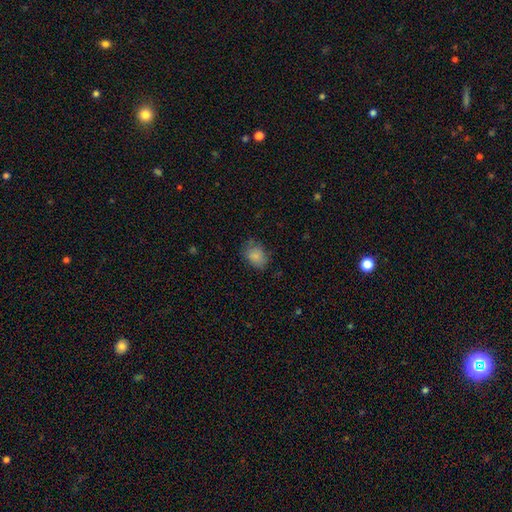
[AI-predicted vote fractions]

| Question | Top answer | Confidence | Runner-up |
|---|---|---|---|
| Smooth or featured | smooth | 84% | star or artifact (9%) |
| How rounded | in between | 55% | round (44%) |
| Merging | none | 70% | minor disturbance (23%) |